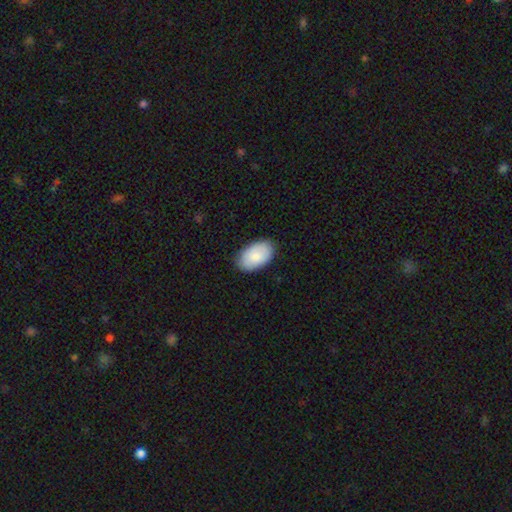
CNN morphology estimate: smooth-or-featured: smooth: 84% | featured or disk: 11% | star or artifact: 6%
  how-rounded: in between: 94% | round: 5% | cigar-shaped: 1%
  merging: none: 84% | minor disturbance: 13% | major disturbance: 2% | merger: 1%